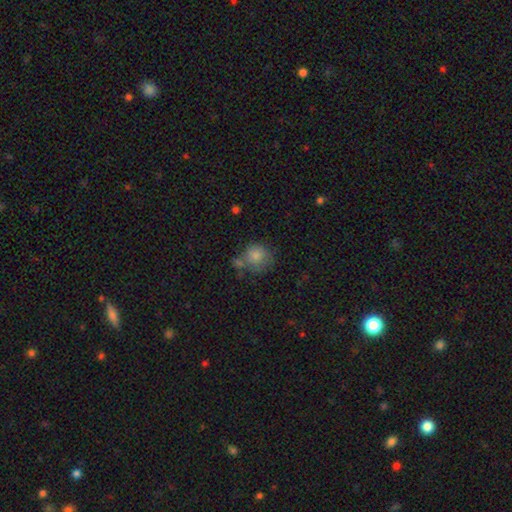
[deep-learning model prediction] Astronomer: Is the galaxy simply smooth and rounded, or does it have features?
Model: smooth — 81%.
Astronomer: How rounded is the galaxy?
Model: round — 85%.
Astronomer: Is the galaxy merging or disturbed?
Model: none — 51%.